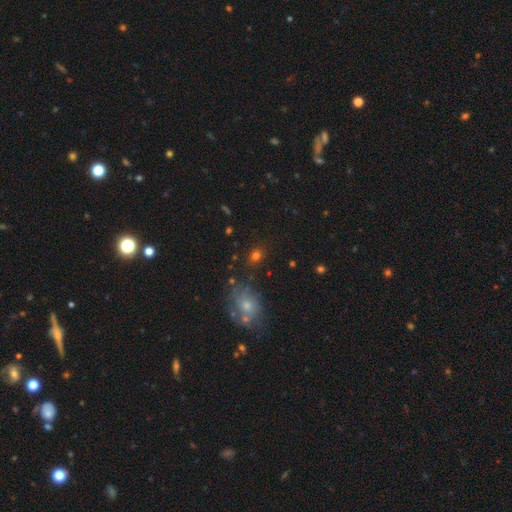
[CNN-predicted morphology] A smooth galaxy with no disk features (75%) that is round (52%). Merging: none (81%).